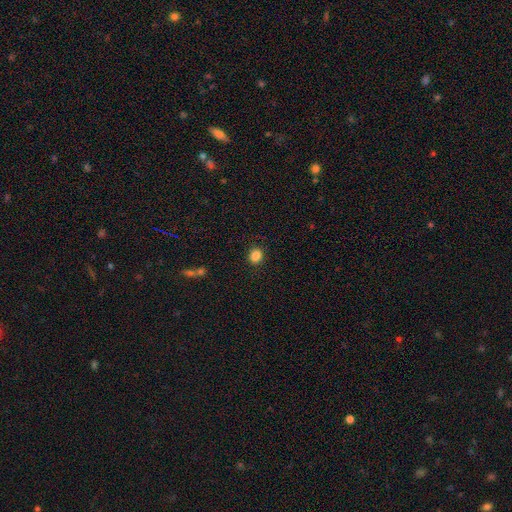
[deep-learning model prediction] smooth 86%, star or artifact 10%, featured or disk 4%. Down the decision tree: how rounded — round (69%); merging — none (90%).